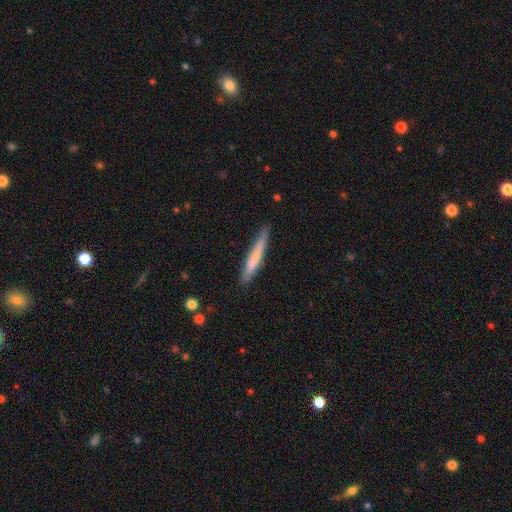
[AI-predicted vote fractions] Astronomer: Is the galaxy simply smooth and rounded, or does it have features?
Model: smooth — 66%.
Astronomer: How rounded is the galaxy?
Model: cigar-shaped — 96%.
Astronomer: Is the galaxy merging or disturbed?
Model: none — 86%.